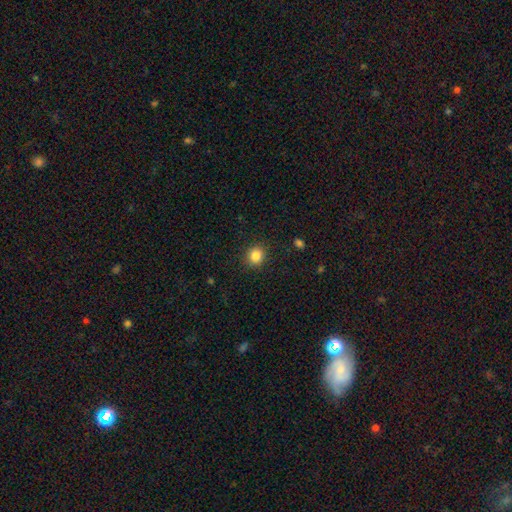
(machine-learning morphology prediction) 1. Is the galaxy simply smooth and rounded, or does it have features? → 85% smooth, 10% star or artifact, 4% featured or disk.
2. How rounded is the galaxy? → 83% round, 16% in between, 1% cigar-shaped.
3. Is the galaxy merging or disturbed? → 90% none, 7% minor disturbance, 2% major disturbance, 1% merger.